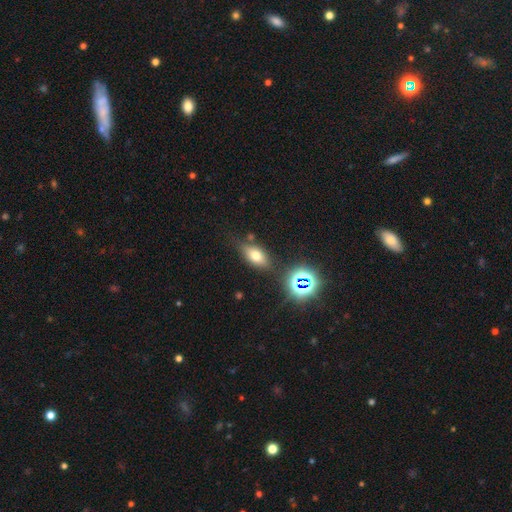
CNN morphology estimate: smooth_or_featured: smooth (p=0.64) [alt: featured or disk p=0.19]
how_rounded: in between (p=0.79) [alt: round p=0.12]
merging: none (p=0.72) [alt: minor disturbance p=0.16]